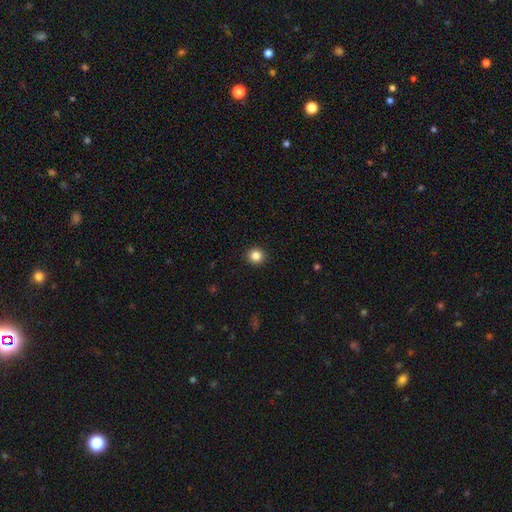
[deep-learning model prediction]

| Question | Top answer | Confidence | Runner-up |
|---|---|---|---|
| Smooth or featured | smooth | 84% | star or artifact (11%) |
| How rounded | round | 92% | in between (7%) |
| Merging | none | 93% | minor disturbance (5%) |